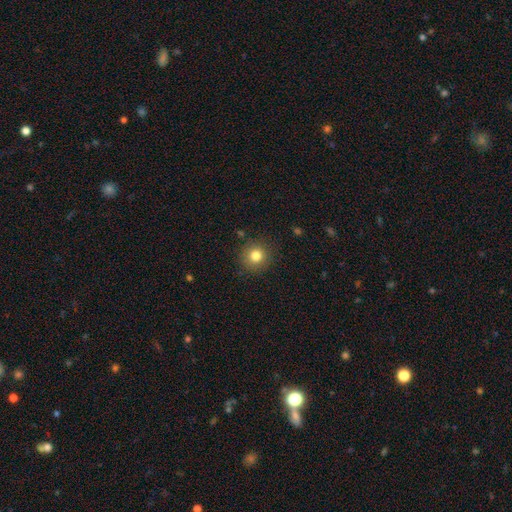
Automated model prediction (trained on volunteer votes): Smooth or featured? smooth (81%)
How rounded? round (93%)
Merging? none (89%)